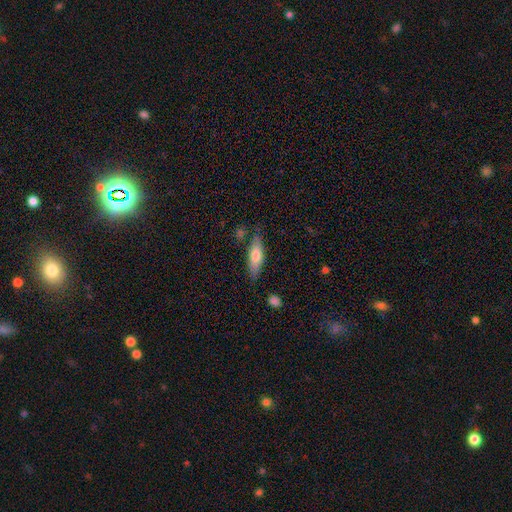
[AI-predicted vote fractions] A smooth galaxy with no disk features (66%) that is cigar-shaped (54%). Merging: none (77%).